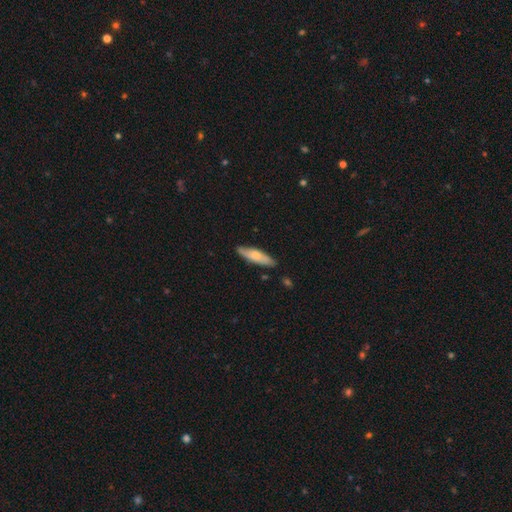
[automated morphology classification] type=smooth (64%); roundness=cigar-shaped (62%); merging=none (82%).